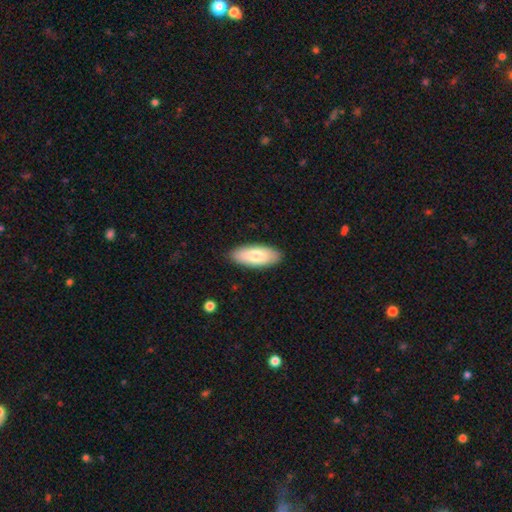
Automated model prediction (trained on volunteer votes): smooth_or_featured: smooth (p=0.78) [alt: featured or disk p=0.16]
how_rounded: in between (p=0.83) [alt: cigar-shaped p=0.16]
merging: none (p=0.88) [alt: minor disturbance p=0.09]